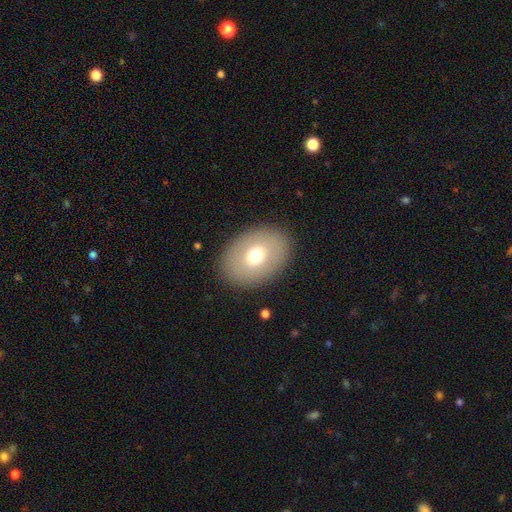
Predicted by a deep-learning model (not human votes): Smooth or featured? smooth (66%)
How rounded? in between (73%)
Merging? none (87%)